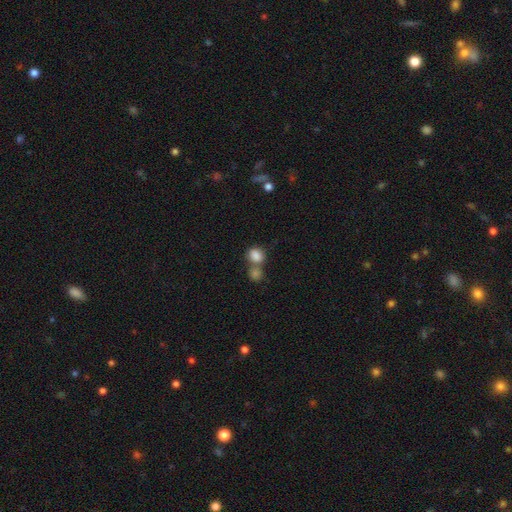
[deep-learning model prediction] smooth-or-featured: smooth: 84% | star or artifact: 9% | featured or disk: 6%
  how-rounded: round: 56% | in between: 43% | cigar-shaped: 1%
  merging: merger: 50% | none: 37% | minor disturbance: 9% | major disturbance: 4%